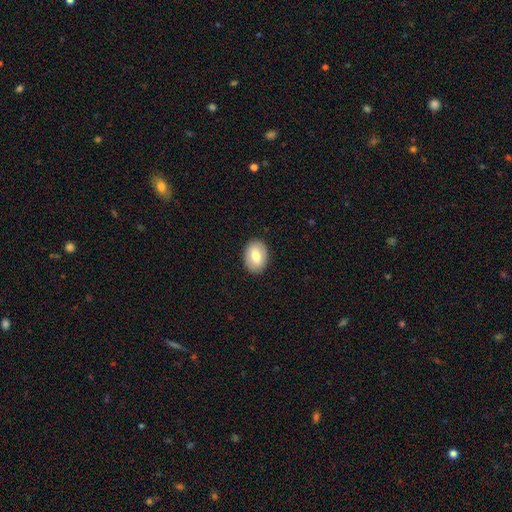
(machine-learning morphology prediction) smooth 72%, featured or disk 21%, star or artifact 7%. Down the decision tree: how rounded — in between (78%); merging — none (89%).